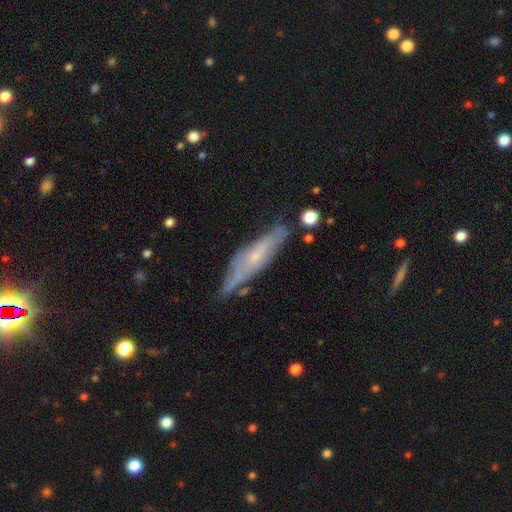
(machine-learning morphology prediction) Smooth or featured?
  - featured or disk: 54% *
  - smooth: 39%
  - star or artifact: 7%
Edge-on disk?
  - yes: 51% *
  - no: 49%
Merging?
  - none: 62% *
  - minor disturbance: 26%
  - major disturbance: 7%
  - merger: 5%